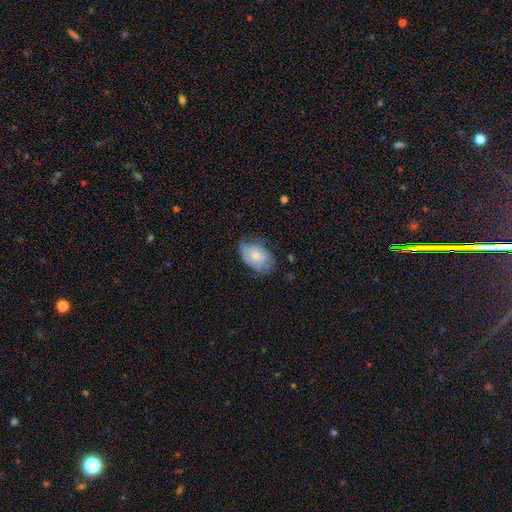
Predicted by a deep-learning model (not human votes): Smooth or featured? smooth (54%)
How rounded? in between (83%)
Merging? none (52%)